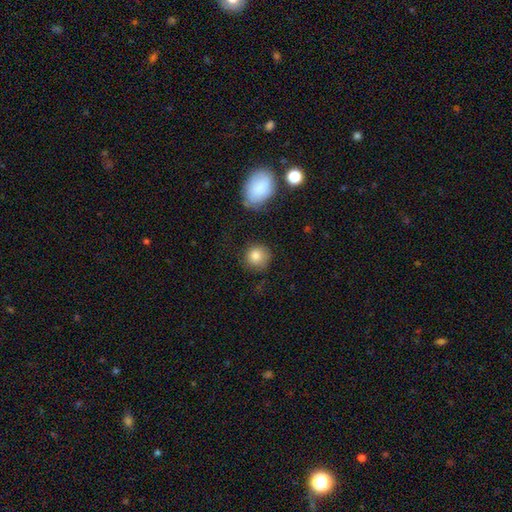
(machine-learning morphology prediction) The model was most divided on "merging": none: 77%, minor disturbance: 16%, major disturbance: 5%, merger: 3%. More confident: how rounded — round (89%); smooth or featured — smooth (83%).